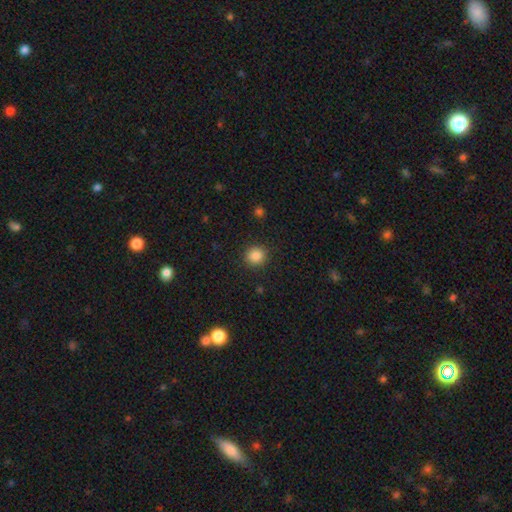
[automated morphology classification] This appears to be a smooth galaxy with no disk features (85%) that is round (91%). Merging: none (91%).